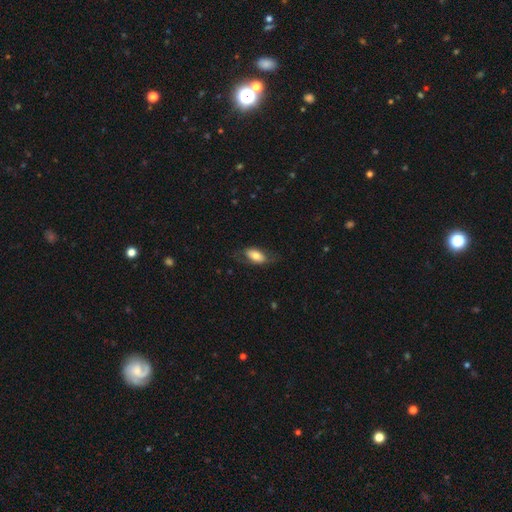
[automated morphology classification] smooth-or-featured: smooth: 73% | featured or disk: 21% | star or artifact: 6%
  how-rounded: in between: 88% | cigar-shaped: 8% | round: 4%
  merging: none: 67% | minor disturbance: 22% | major disturbance: 10% | merger: 1%